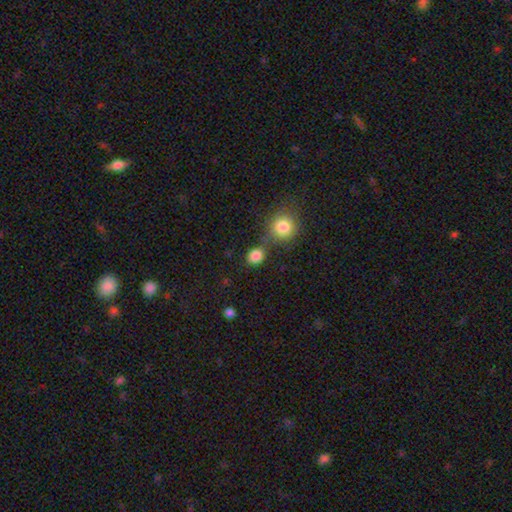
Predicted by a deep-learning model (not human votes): Morphology: type=smooth (85%); roundness=round (68%); merging=none (64%).